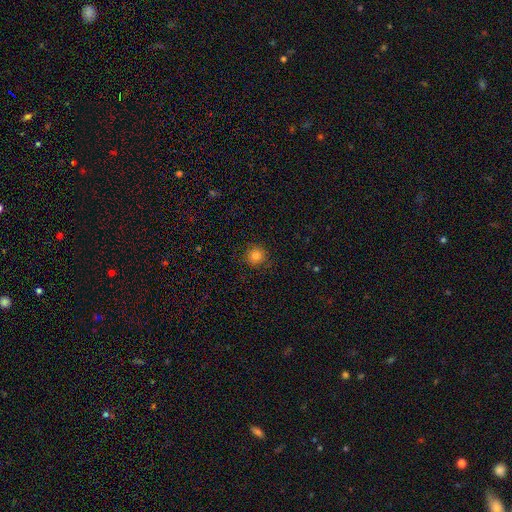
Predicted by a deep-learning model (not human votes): Overall: smooth (83%). How rounded: round (93%). Merging: none (86%).